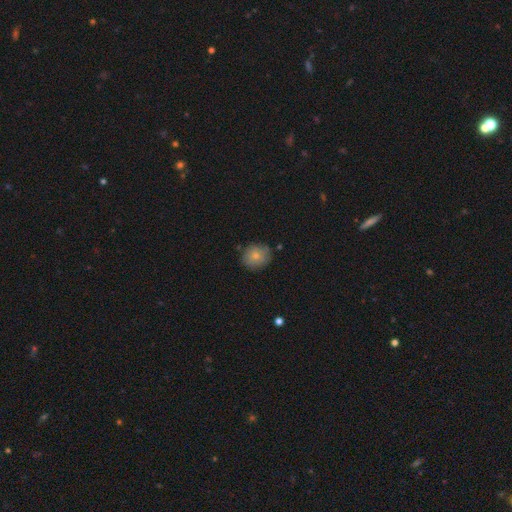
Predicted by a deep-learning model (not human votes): This is likely a smooth galaxy (77%). How rounded: likely round (77%). Merging: likely none (80%).